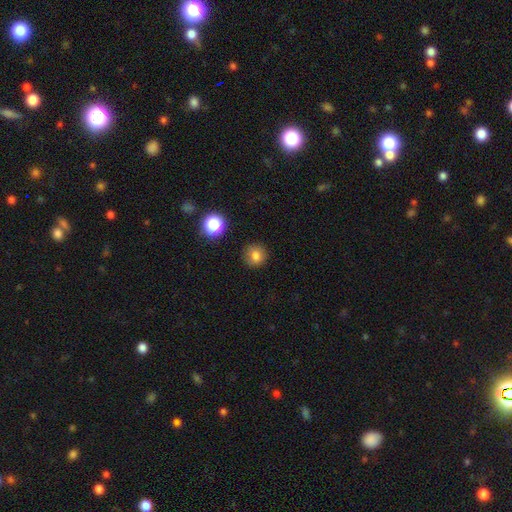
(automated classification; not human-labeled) Q: Smooth or featured?
A: smooth (80%); runner-up: star or artifact (13%)
Q: How rounded?
A: round (92%); runner-up: in between (7%)
Q: Merging?
A: none (87%); runner-up: minor disturbance (9%)